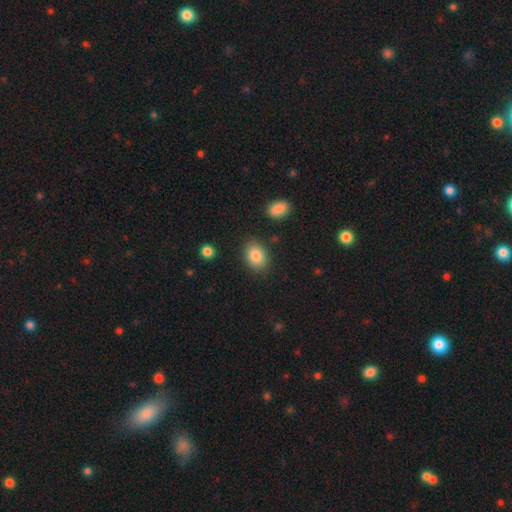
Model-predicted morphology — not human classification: smooth 84%, star or artifact 8%, featured or disk 8%. Down the decision tree: how rounded — in between (72%); merging — none (84%).